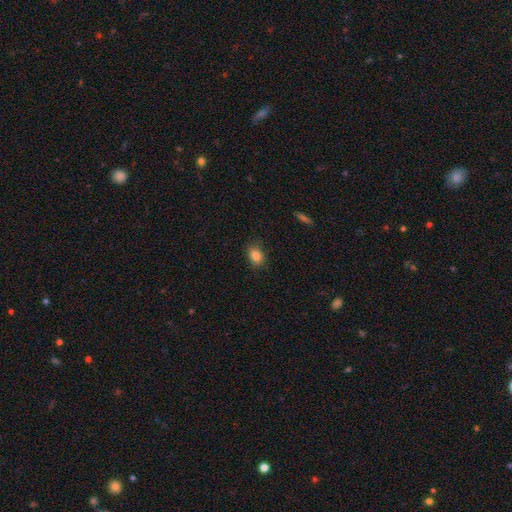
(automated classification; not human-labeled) This appears to be a smooth galaxy with no disk features (83%) that is in between round and cigar-shaped (66%). Merging: none (83%).